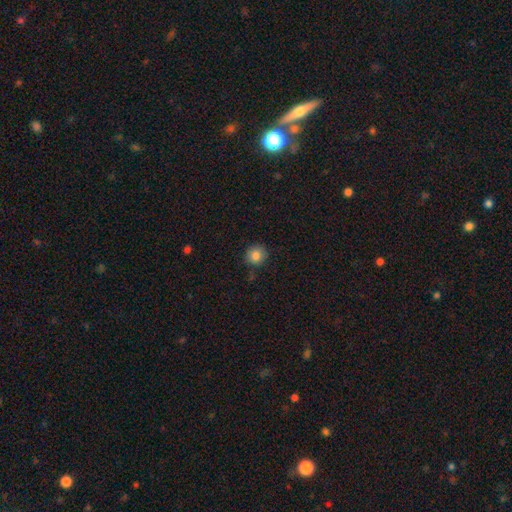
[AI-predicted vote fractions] A smooth galaxy with no disk features (83%) that is round (89%). Merging: none (85%).